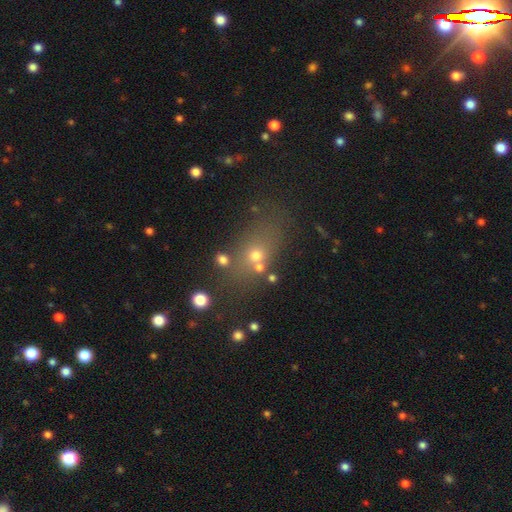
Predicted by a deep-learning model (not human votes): Q: Smooth or featured?
A: smooth (58%); runner-up: star or artifact (22%)
Q: How rounded?
A: in between (57%); runner-up: round (38%)
Q: Merging?
A: none (62%); runner-up: merger (16%)